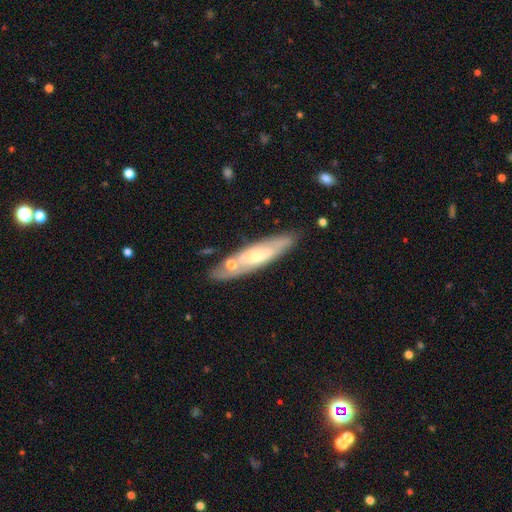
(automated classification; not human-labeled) Smooth or featured? Predicted: featured or disk (p=0.55). Edge-on disk? Predicted: no (p=0.55). Merging? Predicted: none (p=0.72).